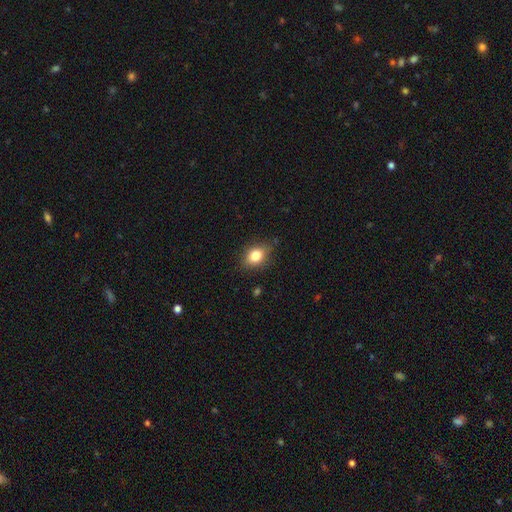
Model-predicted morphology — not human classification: smooth_or_featured: smooth (p=0.80) [alt: featured or disk p=0.10]
how_rounded: in between (p=0.64) [alt: round p=0.34]
merging: none (p=0.79) [alt: minor disturbance p=0.17]